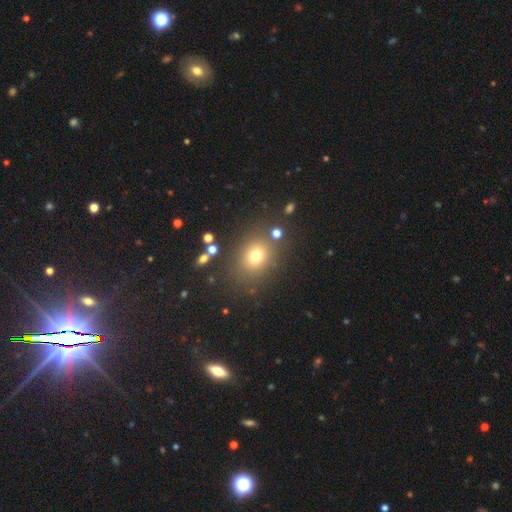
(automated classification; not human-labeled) smooth 72%, star or artifact 18%, featured or disk 10%. Down the decision tree: how rounded — round (60%); merging — none (80%).